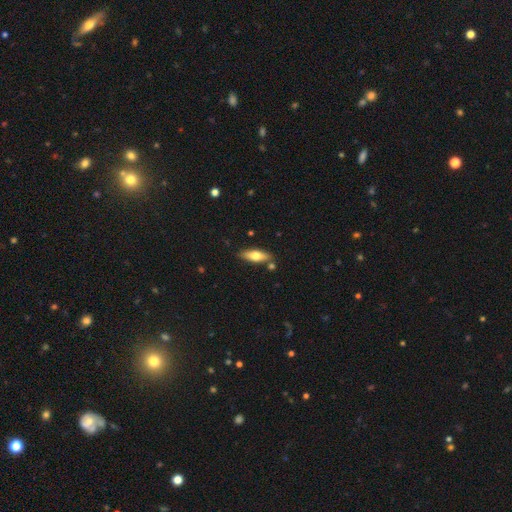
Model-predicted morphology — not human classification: This is likely a smooth galaxy (64%). How rounded: likely in between (61%). Merging: likely none (80%).